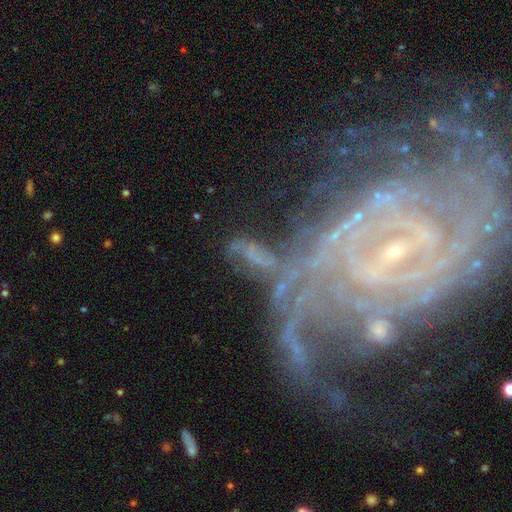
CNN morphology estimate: smooth-or-featured: featured or disk: 66% | star or artifact: 18% | smooth: 16%
  disk-edge-on: no: 91% | yes: 9%
    bar: no: 41% | weak: 31% | strong: 28%
    has-spiral-arms: yes: 86% | no: 14%
      spiral-winding: tight: 56% | medium: 28% | loose: 15%
      spiral-arm-count: can't tell: 27% | 2: 26% | 3: 15% | 4: 11% | more than 4: 11% | 1: 11%
    bulge-size: small: 61% | moderate: 23% | none: 9% | large: 4% | dominant: 3%
  merging: none: 45% | minor disturbance: 20% | major disturbance: 20% | merger: 14%